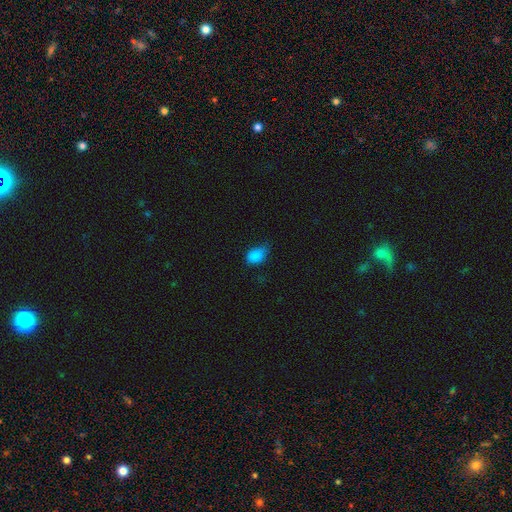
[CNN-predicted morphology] type=smooth (85%); roundness=in between (82%); merging=none (50%).